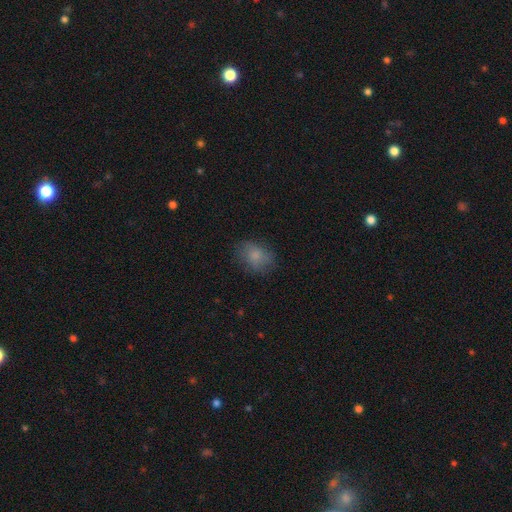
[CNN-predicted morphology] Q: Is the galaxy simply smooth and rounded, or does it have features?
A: smooth — 79%.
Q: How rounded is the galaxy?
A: in between — 66%.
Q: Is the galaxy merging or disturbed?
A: none — 71%.